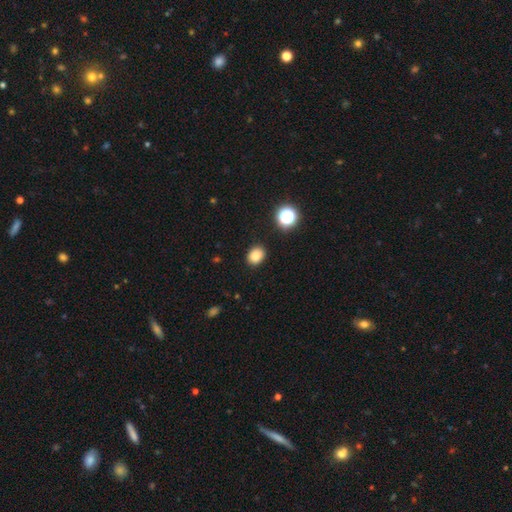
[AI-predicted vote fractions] smooth-or-featured: smooth: 82% | star or artifact: 13% | featured or disk: 6%
  how-rounded: round: 56% | in between: 43% | cigar-shaped: 1%
  merging: none: 89% | minor disturbance: 7% | major disturbance: 2% | merger: 2%